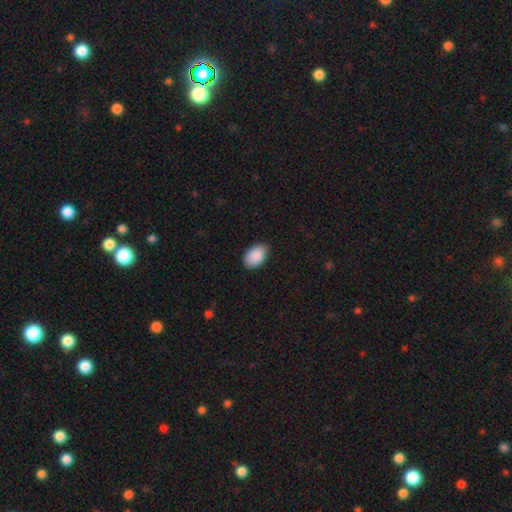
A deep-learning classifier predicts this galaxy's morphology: Smooth or featured?
  - smooth: 91% *
  - star or artifact: 6%
  - featured or disk: 3%
How rounded?
  - in between: 92% *
  - round: 7%
  - cigar-shaped: 1%
Merging?
  - none: 83% *
  - minor disturbance: 14%
  - major disturbance: 2%
  - merger: 1%